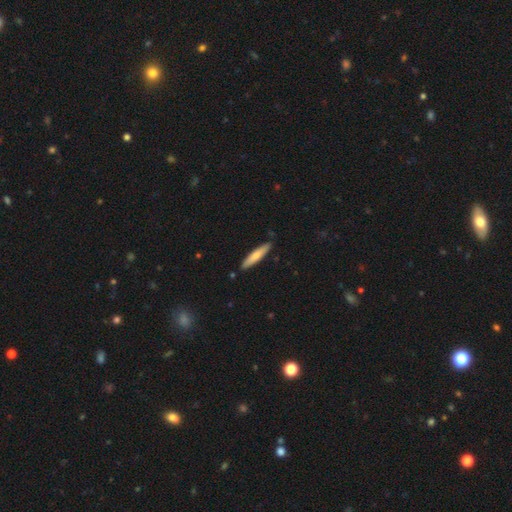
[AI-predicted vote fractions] smooth-or-featured: smooth: 69% | featured or disk: 25% | star or artifact: 5%
  how-rounded: cigar-shaped: 88% | in between: 11% | round: 1%
  merging: none: 88% | minor disturbance: 9% | merger: 2% | major disturbance: 1%